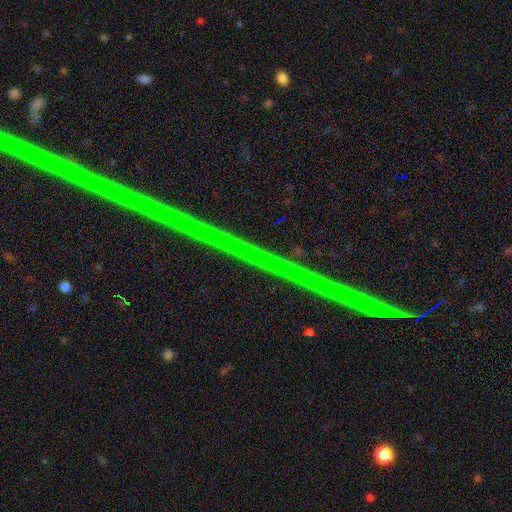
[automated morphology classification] Overall: star or artifact (89%).